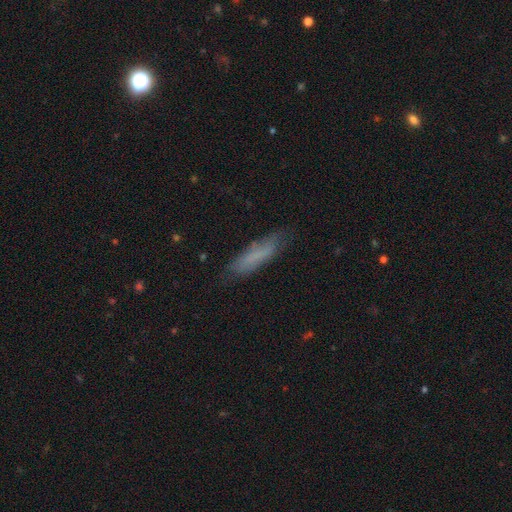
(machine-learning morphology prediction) smooth-or-featured: smooth: 67% | featured or disk: 24% | star or artifact: 8%
  how-rounded: cigar-shaped: 76% | in between: 23% | round: 2%
  merging: none: 73% | minor disturbance: 20% | major disturbance: 6% | merger: 2%